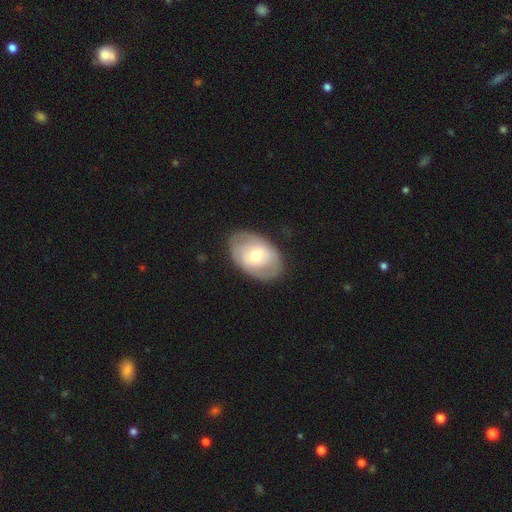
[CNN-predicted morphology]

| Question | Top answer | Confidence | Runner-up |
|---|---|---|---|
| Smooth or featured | smooth | 48% | featured or disk (46%) |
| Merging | none | 80% | minor disturbance (15%) |